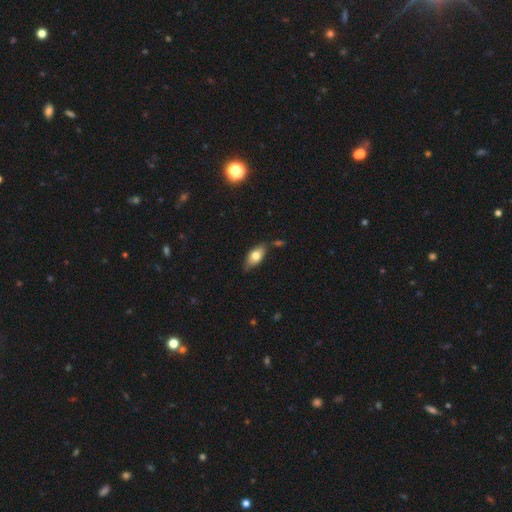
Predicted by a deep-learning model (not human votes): smooth-or-featured: smooth: 69% | featured or disk: 24% | star or artifact: 7%
  how-rounded: in between: 84% | cigar-shaped: 12% | round: 4%
  merging: none: 72% | minor disturbance: 20% | merger: 5% | major disturbance: 4%